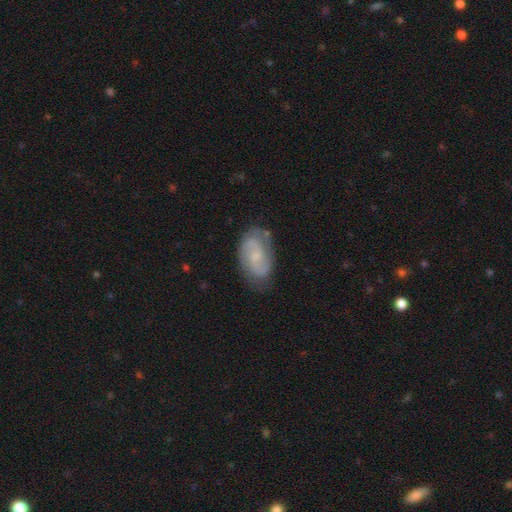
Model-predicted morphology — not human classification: Smooth or featured? featured or disk (77%)
Edge-on disk? no (97%)
Bar? no (52%)
Spiral arms? yes (95%)
Spiral winding? medium (48%)
Spiral arm count? 2 (84%)
Bulge size? small (55%)
Merging? none (76%)